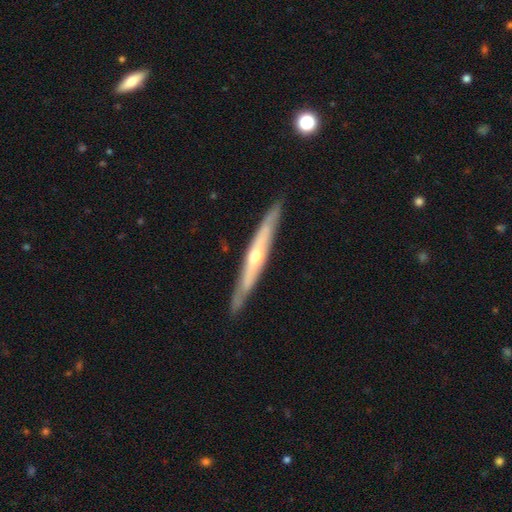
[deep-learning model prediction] Smooth or featured?
  - featured or disk: 71% *
  - smooth: 23%
  - star or artifact: 5%
Edge-on disk?
  - yes: 92% *
  - no: 8%
Edge-on bulge?
  - rounded: 76% *
  - none: 20%
  - boxy: 4%
Merging?
  - none: 88% *
  - minor disturbance: 9%
  - major disturbance: 2%
  - merger: 1%